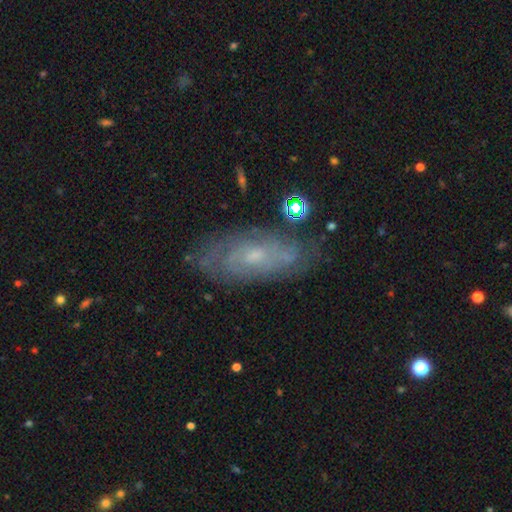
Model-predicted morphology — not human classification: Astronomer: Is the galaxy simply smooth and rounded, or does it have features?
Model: featured or disk — 71%.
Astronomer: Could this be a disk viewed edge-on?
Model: no — 89%.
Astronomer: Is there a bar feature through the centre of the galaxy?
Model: no — 69%.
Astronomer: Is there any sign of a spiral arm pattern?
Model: yes — 82%.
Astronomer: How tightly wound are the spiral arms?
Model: tight — 59%.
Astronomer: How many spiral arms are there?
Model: can't tell — 57%.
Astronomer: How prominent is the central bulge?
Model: small — 60%.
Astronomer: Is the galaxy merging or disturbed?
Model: none — 74%.